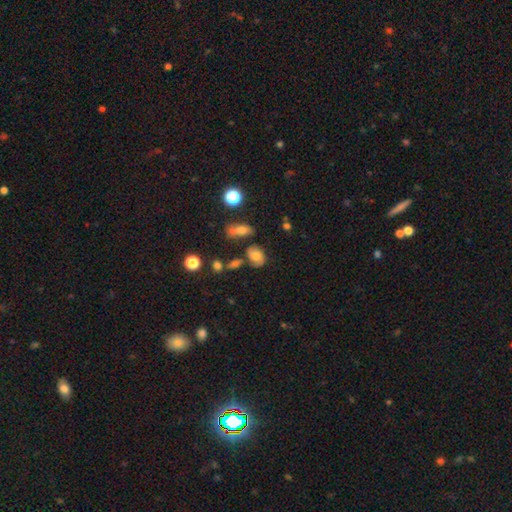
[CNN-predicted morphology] smooth_or_featured: smooth (p=0.68) [alt: featured or disk p=0.20]
how_rounded: in between (p=0.66) [alt: round p=0.32]
merging: none (p=0.58) [alt: minor disturbance p=0.22]